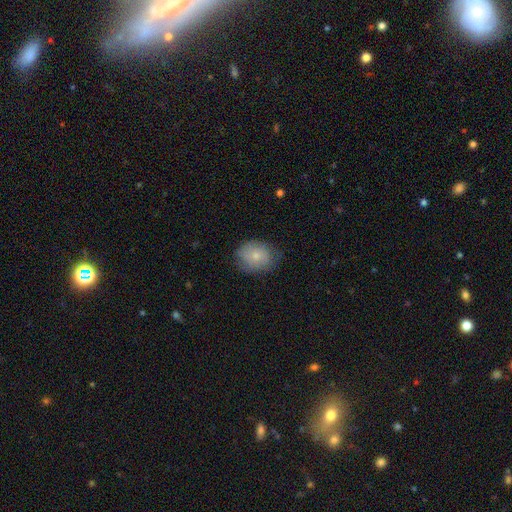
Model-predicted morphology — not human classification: Smooth or featured? smooth (76%)
How rounded? round (52%)
Merging? none (72%)